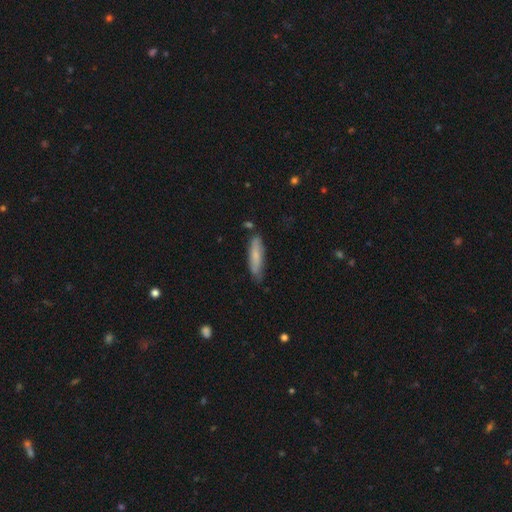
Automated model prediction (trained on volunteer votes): Smooth or featured: smooth — 69% (featured or disk — 25%)
How rounded: cigar-shaped — 77% (in between — 21%)
Merging: none — 75% (minor disturbance — 19%)